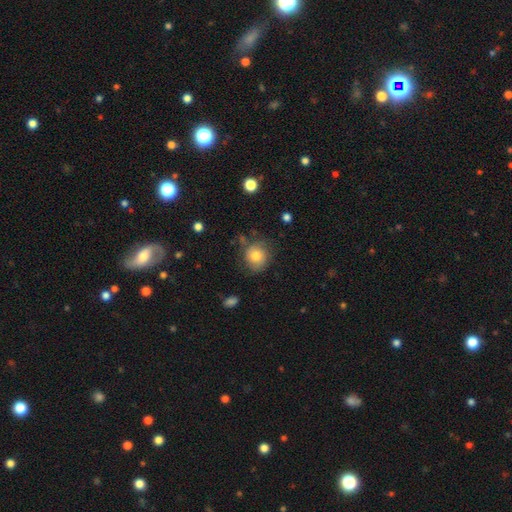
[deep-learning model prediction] This appears to be a smooth galaxy with no disk features (72%) that is round (82%). Merging: none (69%).